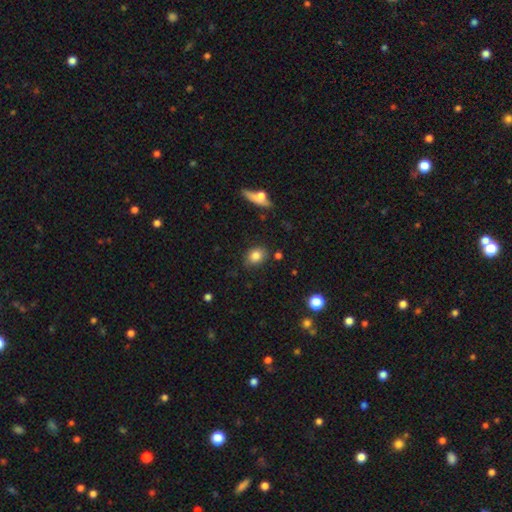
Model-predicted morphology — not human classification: The model was most divided on "how rounded": in between: 57%, round: 41%, cigar-shaped: 2%. More confident: smooth or featured — smooth (82%); merging — none (80%).